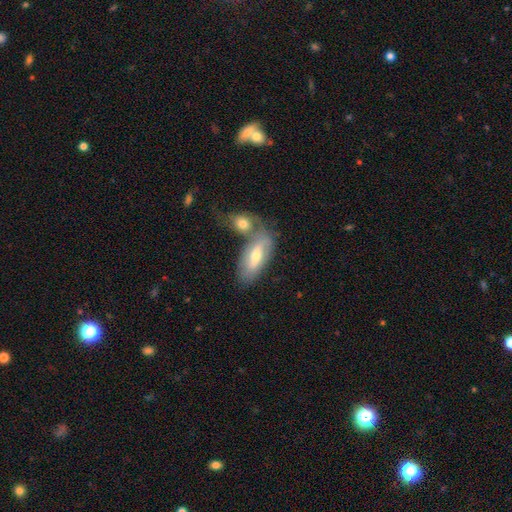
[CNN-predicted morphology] A smooth galaxy with no disk features (51%) that is in between round and cigar-shaped (80%). Merging: none (43%).